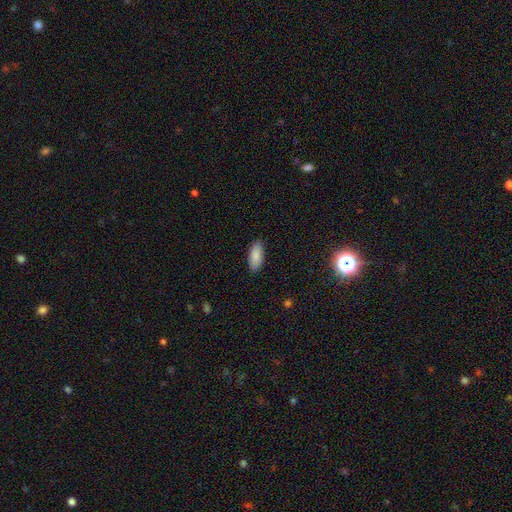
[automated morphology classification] Smooth or featured? smooth (87%)
How rounded? in between (82%)
Merging? none (88%)